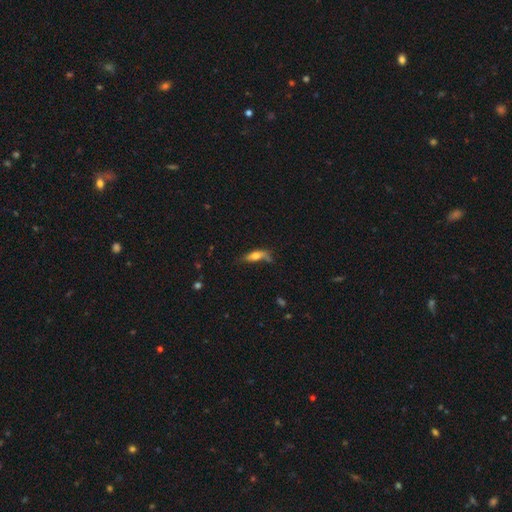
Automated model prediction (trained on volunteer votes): Morphology: type=smooth (61%); roundness=in between (53%); merging=none (45%).